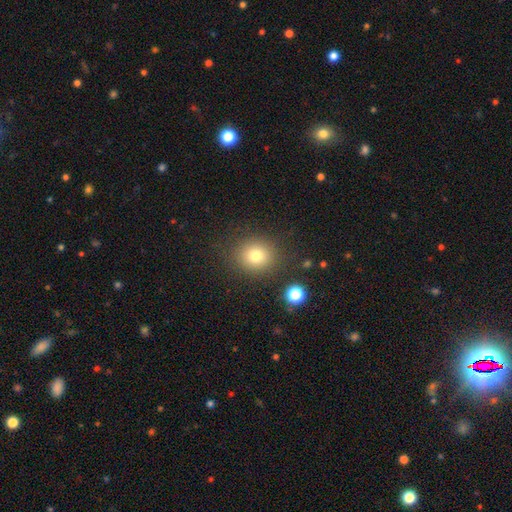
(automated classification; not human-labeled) Smooth or featured? Predicted: smooth (p=0.77). How rounded? Predicted: round (p=0.82). Merging? Predicted: none (p=0.85).